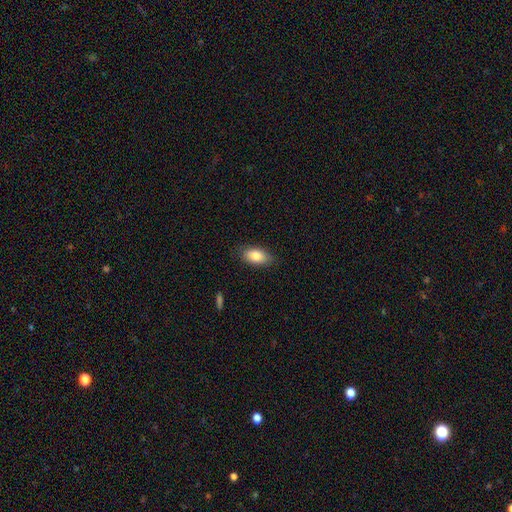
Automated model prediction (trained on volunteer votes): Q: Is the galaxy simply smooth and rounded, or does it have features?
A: smooth — 84%.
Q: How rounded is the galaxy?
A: in between — 90%.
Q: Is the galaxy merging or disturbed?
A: none — 83%.